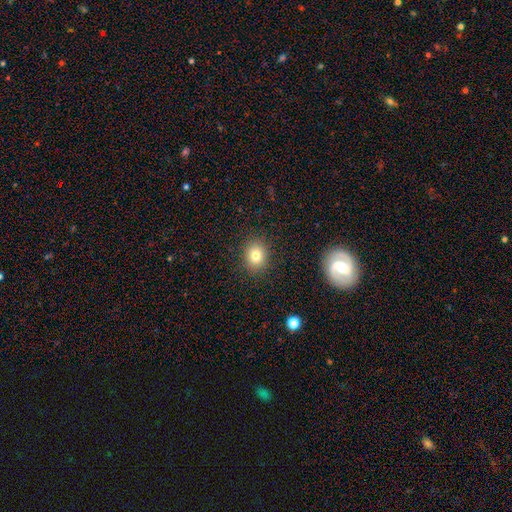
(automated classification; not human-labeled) Morphology: type=smooth (79%); roundness=round (58%); merging=none (89%).